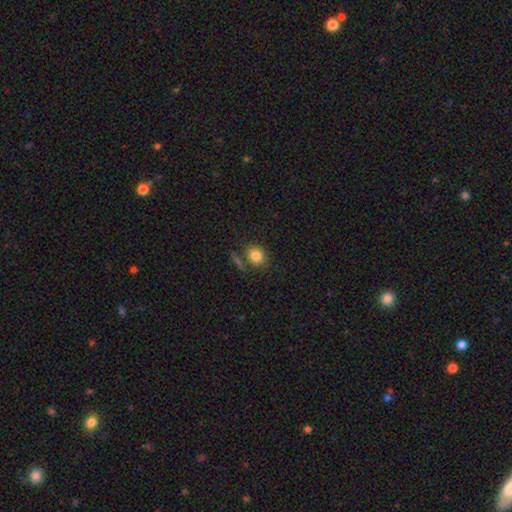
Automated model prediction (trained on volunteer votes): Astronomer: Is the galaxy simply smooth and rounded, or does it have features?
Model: smooth — 82%.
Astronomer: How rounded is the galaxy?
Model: round — 65%.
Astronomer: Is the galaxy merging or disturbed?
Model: none — 69%.